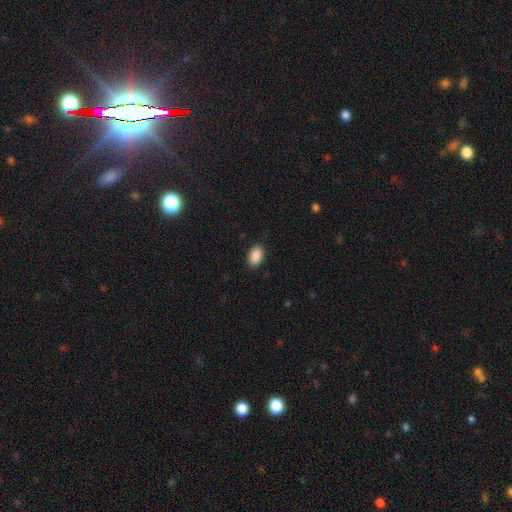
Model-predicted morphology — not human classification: Q: Smooth or featured?
A: smooth (90%); runner-up: star or artifact (7%)
Q: How rounded?
A: in between (93%); runner-up: round (6%)
Q: Merging?
A: none (89%); runner-up: minor disturbance (8%)